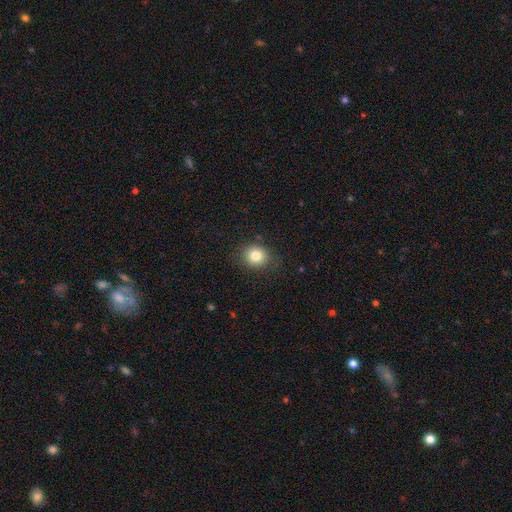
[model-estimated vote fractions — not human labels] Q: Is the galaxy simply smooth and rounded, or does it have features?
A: smooth — 82%.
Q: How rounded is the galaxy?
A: round — 73%.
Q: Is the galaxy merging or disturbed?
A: none — 84%.